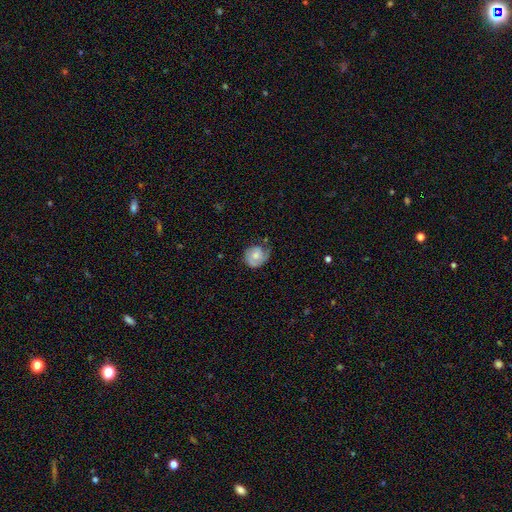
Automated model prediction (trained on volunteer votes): Smooth or featured? Predicted: featured or disk (p=0.54). Edge-on disk? Predicted: no (p=0.97). Bar? Predicted: no (p=0.76). Spiral arms? Predicted: yes (p=0.85). Bulge size? Predicted: moderate (p=0.51). Merging? Predicted: none (p=0.51).